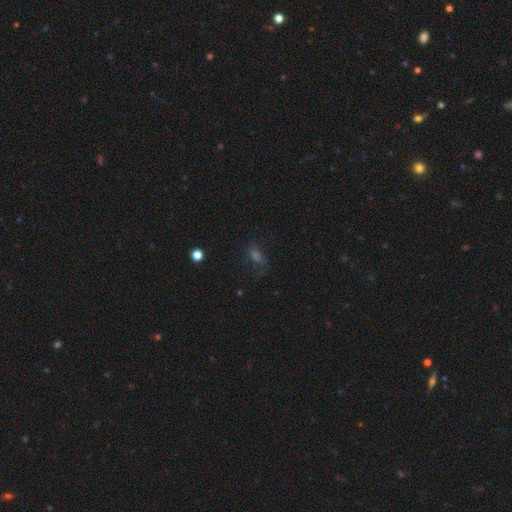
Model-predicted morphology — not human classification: Q: Smooth or featured?
A: smooth (45%); runner-up: star or artifact (32%)
Q: Merging?
A: none (60%); runner-up: minor disturbance (20%)